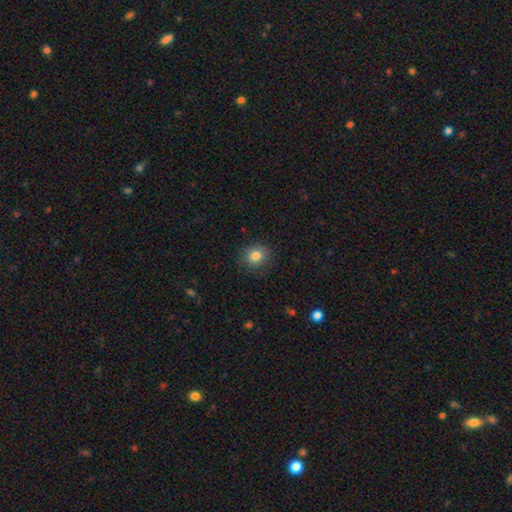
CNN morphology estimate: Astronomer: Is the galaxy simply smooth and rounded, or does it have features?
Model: smooth — 82%.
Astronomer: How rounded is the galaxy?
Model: round — 79%.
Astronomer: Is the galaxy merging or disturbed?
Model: none — 88%.